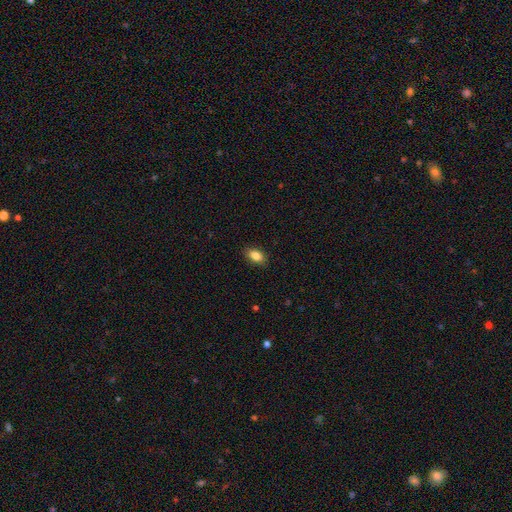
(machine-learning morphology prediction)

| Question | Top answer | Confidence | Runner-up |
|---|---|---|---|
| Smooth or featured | smooth | 85% | star or artifact (8%) |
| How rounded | in between | 88% | round (8%) |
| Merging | none | 88% | minor disturbance (9%) |